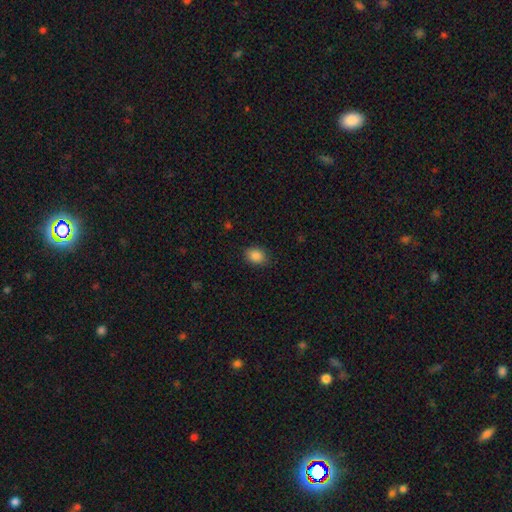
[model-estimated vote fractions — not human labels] This is clearly a smooth galaxy (87%). How rounded: possibly in between (58%). Merging: clearly none (85%).